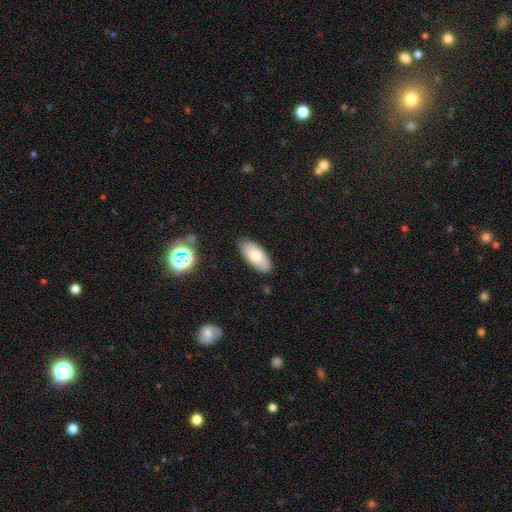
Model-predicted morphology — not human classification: smooth_or_featured: smooth (p=0.74) [alt: featured or disk p=0.18]
how_rounded: in between (p=0.90) [alt: cigar-shaped p=0.08]
merging: none (p=0.85) [alt: minor disturbance p=0.11]